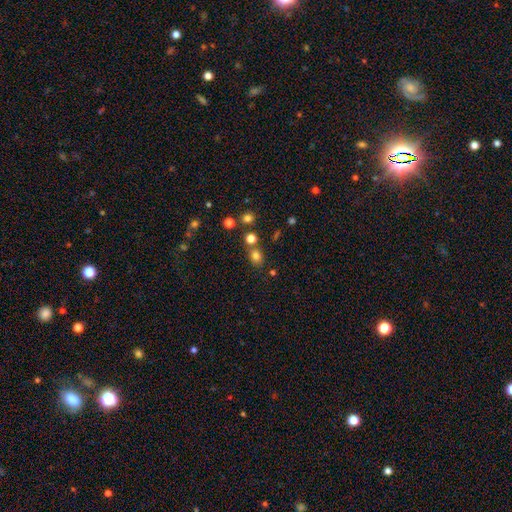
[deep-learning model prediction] Smooth or featured? smooth (76%)
How rounded? round (53%)
Merging? none (71%)